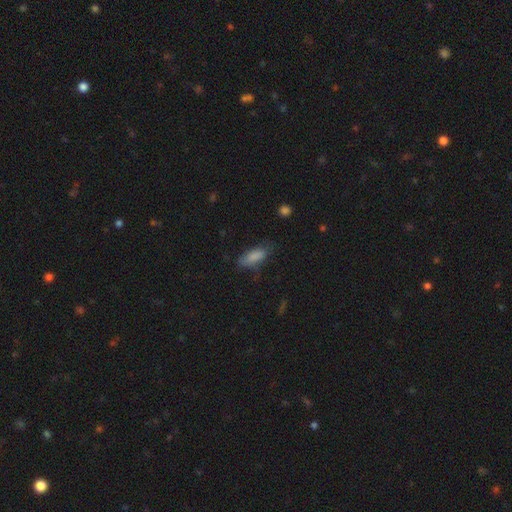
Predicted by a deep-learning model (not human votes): The model was most divided on "how rounded": in between: 70%, cigar-shaped: 28%, round: 2%. More confident: smooth or featured — smooth (82%); merging — none (67%).